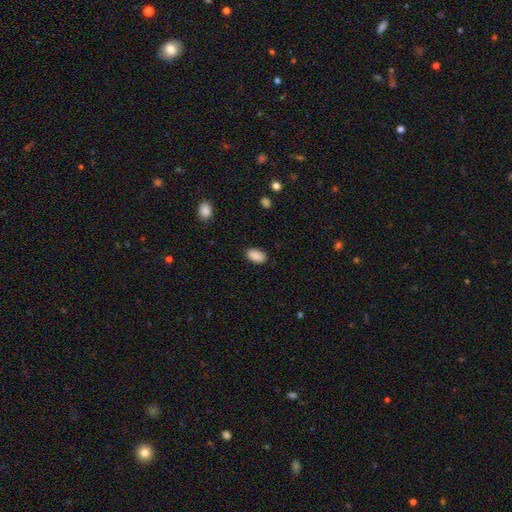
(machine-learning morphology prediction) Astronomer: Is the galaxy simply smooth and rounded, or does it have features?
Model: smooth — 90%.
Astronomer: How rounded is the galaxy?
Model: in between — 93%.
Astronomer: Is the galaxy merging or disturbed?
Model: none — 87%.